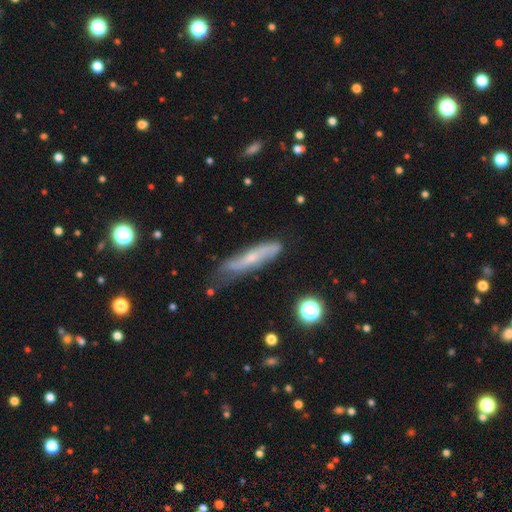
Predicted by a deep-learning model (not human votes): This appears to be a featured or disk galaxy (55%) viewed edge-on (51%). Merging: none (62%).